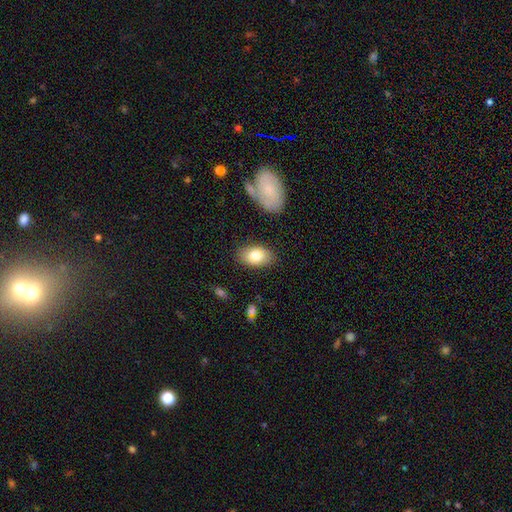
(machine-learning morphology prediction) A smooth galaxy with no disk features (81%) that is in between round and cigar-shaped (91%). Merging: none (83%).